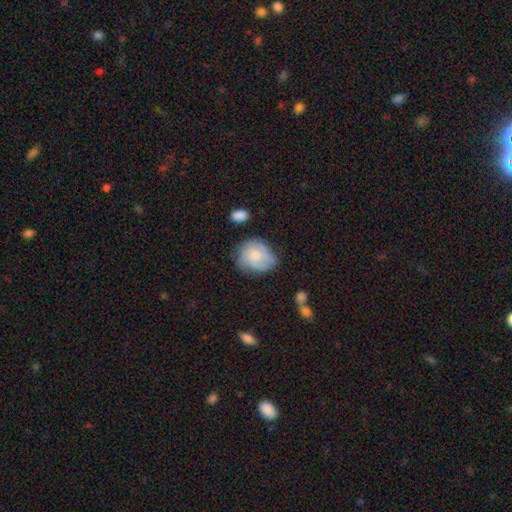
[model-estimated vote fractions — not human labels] Smooth or featured? smooth (59%)
How rounded? round (59%)
Merging? none (55%)